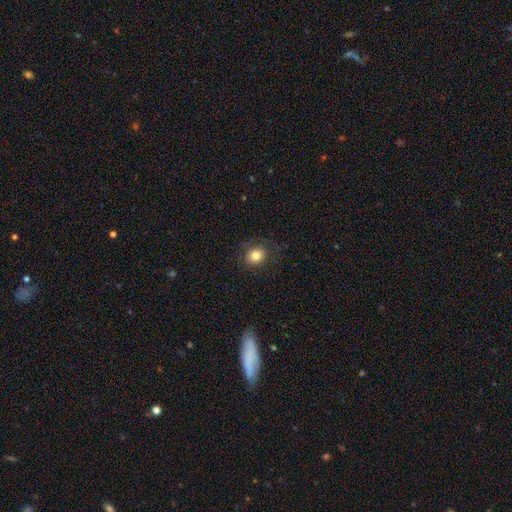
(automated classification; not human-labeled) The model was most divided on "how rounded": round: 72%, in between: 27%, cigar-shaped: 1%. More confident: merging — none (82%); smooth or featured — smooth (81%).